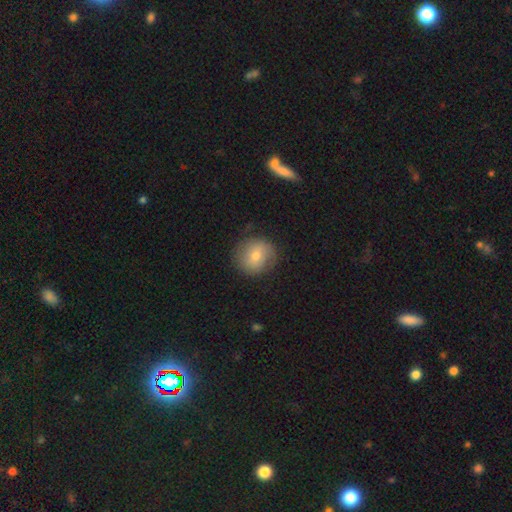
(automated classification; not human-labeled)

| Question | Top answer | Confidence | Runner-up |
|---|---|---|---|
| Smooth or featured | smooth | 70% | featured or disk (22%) |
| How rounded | round | 88% | in between (11%) |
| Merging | none | 83% | minor disturbance (12%) |